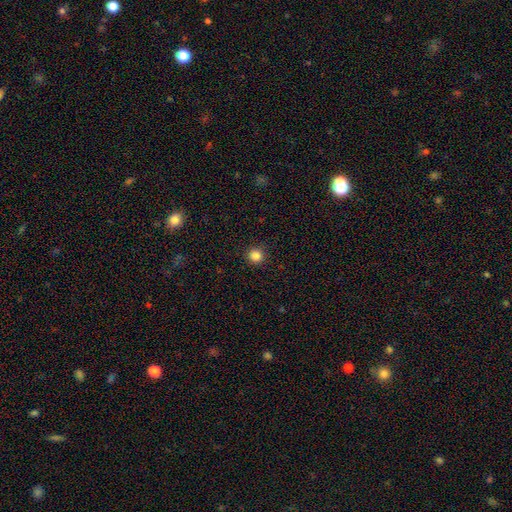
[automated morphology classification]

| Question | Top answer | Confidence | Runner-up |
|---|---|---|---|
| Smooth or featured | smooth | 85% | star or artifact (11%) |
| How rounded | round | 95% | in between (4%) |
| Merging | none | 93% | minor disturbance (5%) |